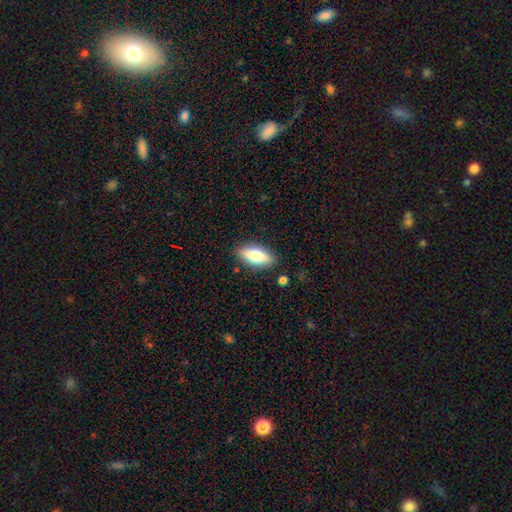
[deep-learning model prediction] smooth 69%, featured or disk 24%, star or artifact 7%. Down the decision tree: how rounded — in between (73%); merging — none (86%).